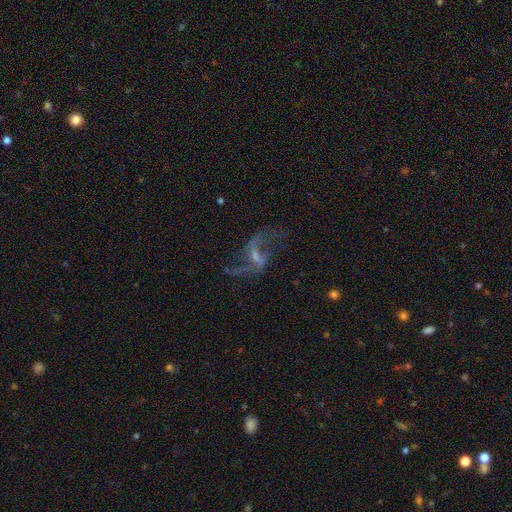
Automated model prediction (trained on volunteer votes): A featured or disk galaxy (84%) with a weak bar (48%), 2 (89%) loose (87%) spiral arms (92%) and a small central bulge (56%). Merging: none (67%).